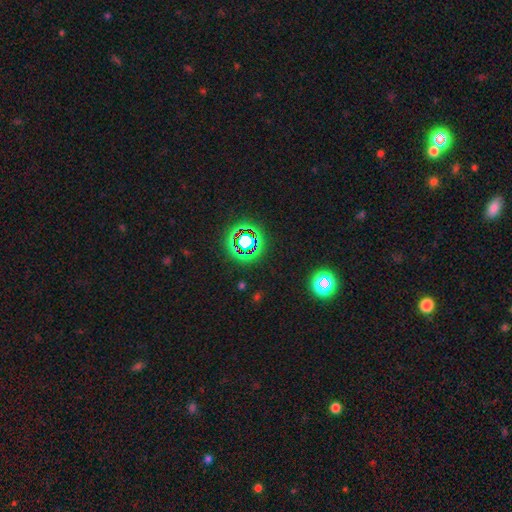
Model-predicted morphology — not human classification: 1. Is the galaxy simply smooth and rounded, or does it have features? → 73% star or artifact, 18% smooth, 9% featured or disk.